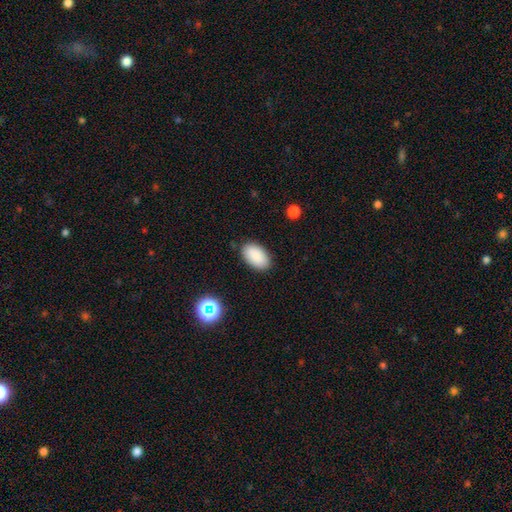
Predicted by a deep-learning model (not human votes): A smooth galaxy with no disk features (89%) that is in between round and cigar-shaped (94%). Merging: none (86%).